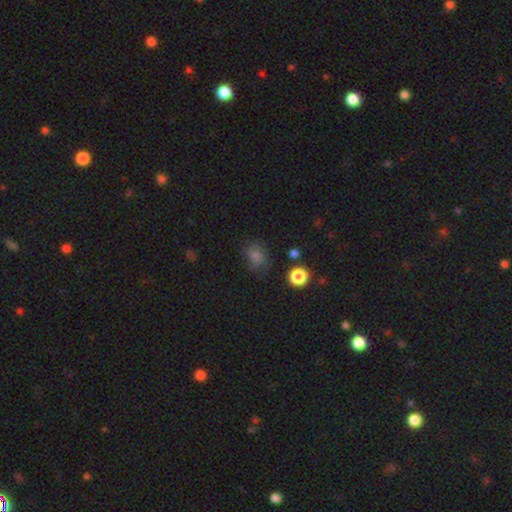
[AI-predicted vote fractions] The model was most divided on "how rounded": round: 56%, in between: 43%, cigar-shaped: 1%. More confident: merging — none (68%); smooth or featured — smooth (67%).